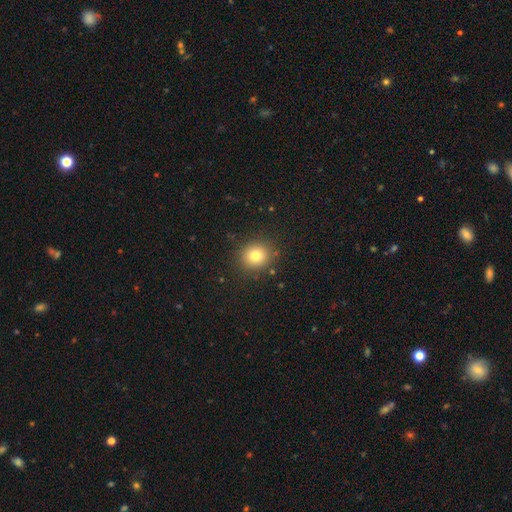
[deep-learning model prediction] Smooth or featured? Predicted: smooth (p=0.78). How rounded? Predicted: round (p=0.84). Merging? Predicted: none (p=0.88).